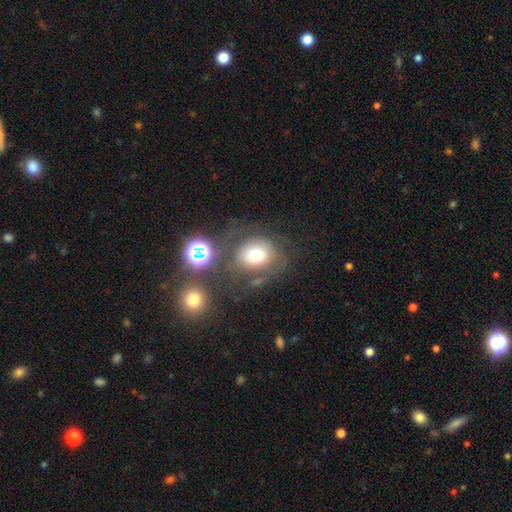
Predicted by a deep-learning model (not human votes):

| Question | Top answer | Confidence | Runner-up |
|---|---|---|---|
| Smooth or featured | smooth | 64% | featured or disk (21%) |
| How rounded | round | 65% | in between (34%) |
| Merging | none | 58% | minor disturbance (17%) |